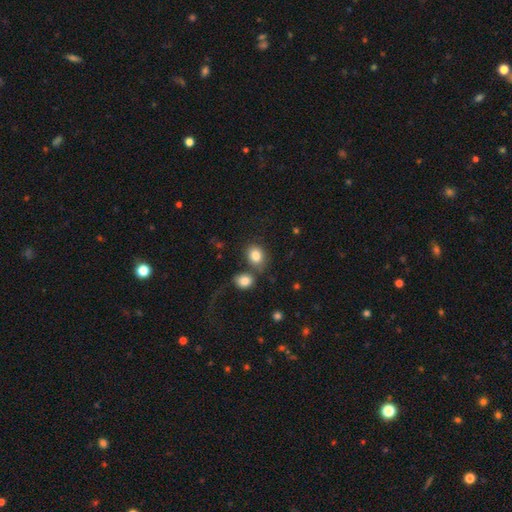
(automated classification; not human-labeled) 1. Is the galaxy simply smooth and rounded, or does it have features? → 83% smooth, 9% star or artifact, 8% featured or disk.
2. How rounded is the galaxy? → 50% round, 49% in between, 1% cigar-shaped.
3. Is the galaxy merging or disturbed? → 57% none, 26% merger, 11% minor disturbance, 5% major disturbance.